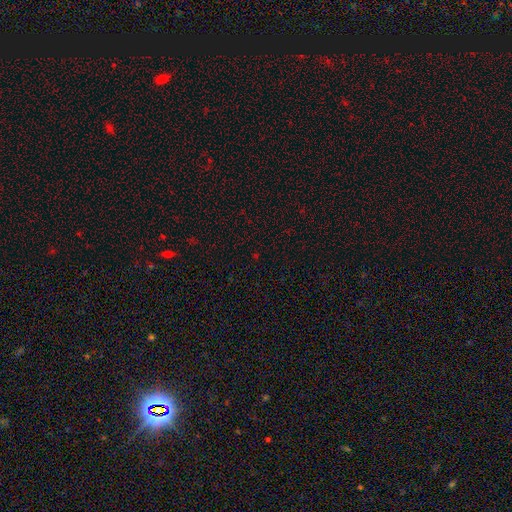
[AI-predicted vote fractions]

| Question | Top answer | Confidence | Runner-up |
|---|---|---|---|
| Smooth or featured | star or artifact | 67% | smooth (26%) |